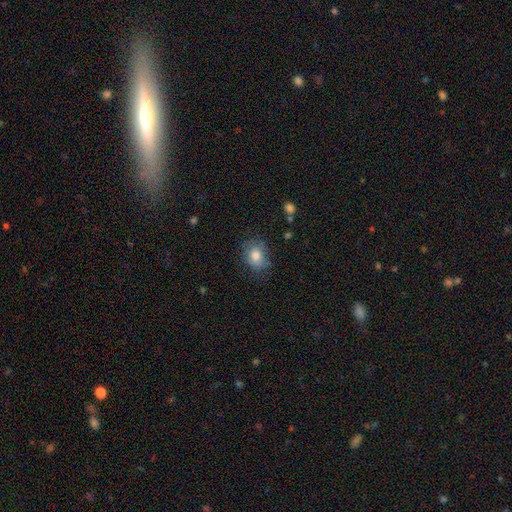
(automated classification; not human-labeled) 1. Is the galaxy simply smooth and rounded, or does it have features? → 80% smooth, 11% featured or disk, 10% star or artifact.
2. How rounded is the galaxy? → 52% in between, 47% round, 1% cigar-shaped.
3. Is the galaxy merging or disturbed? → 67% none, 23% minor disturbance, 7% major disturbance, 2% merger.